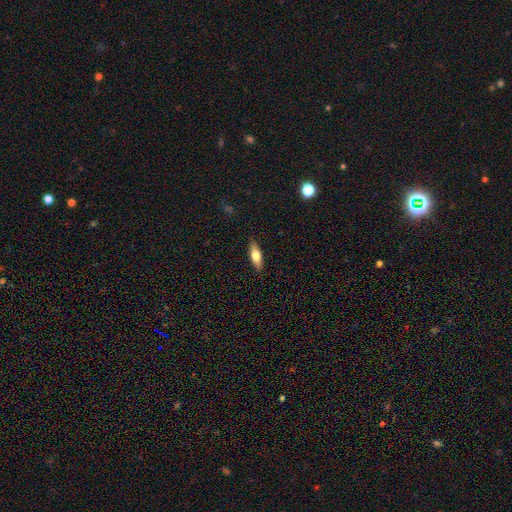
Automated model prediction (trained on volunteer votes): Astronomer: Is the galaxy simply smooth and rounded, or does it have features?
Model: smooth — 66%.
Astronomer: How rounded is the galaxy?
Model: in between — 62%.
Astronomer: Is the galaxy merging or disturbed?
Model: none — 89%.